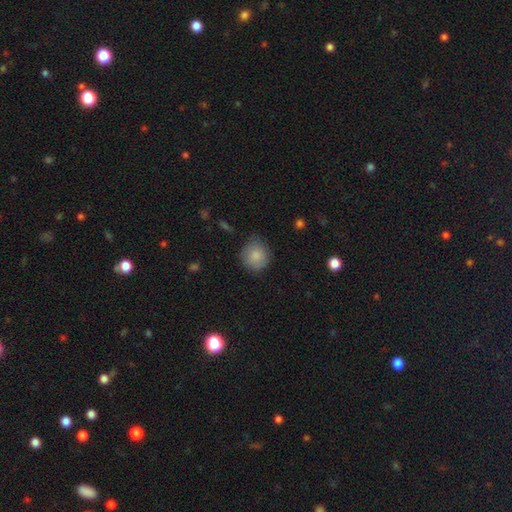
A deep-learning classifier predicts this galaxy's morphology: Overall: smooth (85%). How rounded: round (87%). Merging: none (76%).